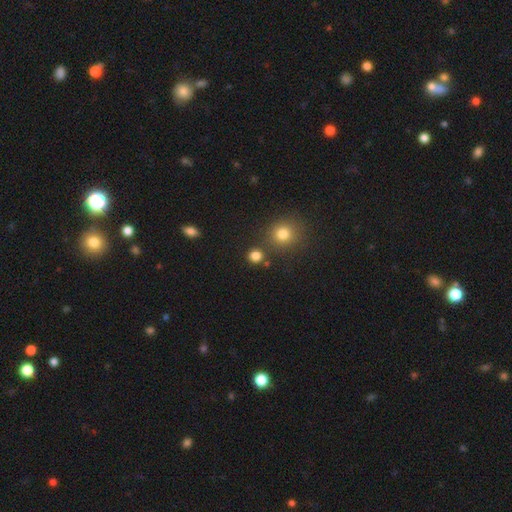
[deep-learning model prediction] This appears to be a smooth galaxy with no disk features (80%) that is round (88%). Merging: none (80%).